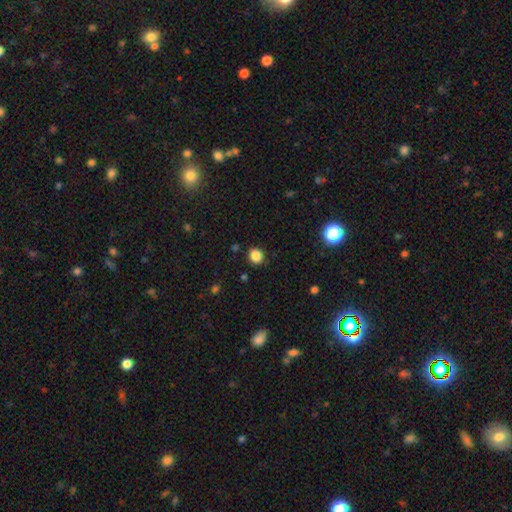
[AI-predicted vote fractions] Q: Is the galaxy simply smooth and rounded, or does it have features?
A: smooth — 84%.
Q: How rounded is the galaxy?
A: round — 77%.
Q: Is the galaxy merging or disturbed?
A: none — 88%.